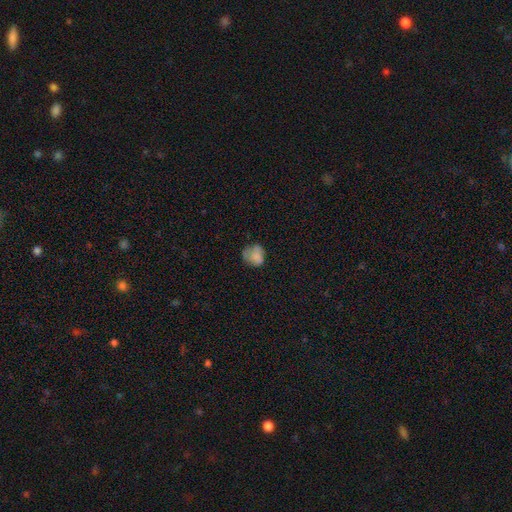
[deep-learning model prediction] smooth-or-featured: smooth: 74% | featured or disk: 16% | star or artifact: 11%
  how-rounded: round: 64% | in between: 35% | cigar-shaped: 1%
  merging: none: 51% | minor disturbance: 30% | major disturbance: 17% | merger: 3%